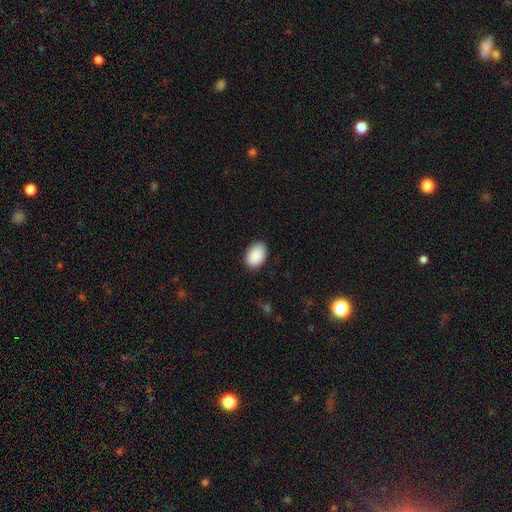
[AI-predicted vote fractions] Smooth or featured? smooth (91%)
How rounded? in between (86%)
Merging? none (85%)